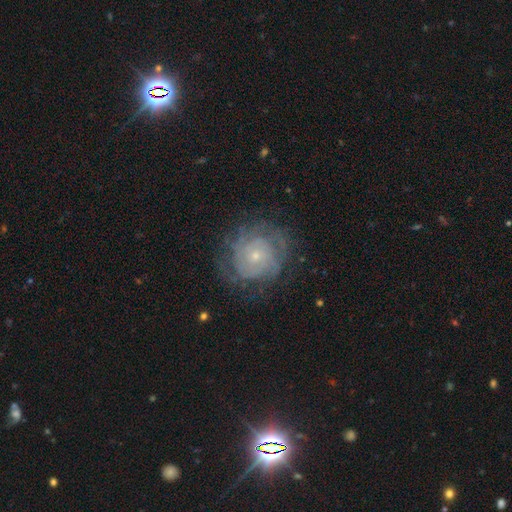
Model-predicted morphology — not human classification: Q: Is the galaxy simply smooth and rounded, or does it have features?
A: featured or disk — 72%.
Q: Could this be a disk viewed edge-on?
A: no — 97%.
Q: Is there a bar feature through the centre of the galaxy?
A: no — 83%.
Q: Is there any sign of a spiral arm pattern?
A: yes — 83%.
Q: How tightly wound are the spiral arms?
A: tight — 72%.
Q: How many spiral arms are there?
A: can't tell — 50%.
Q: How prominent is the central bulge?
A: small — 76%.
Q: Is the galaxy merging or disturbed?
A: none — 71%.